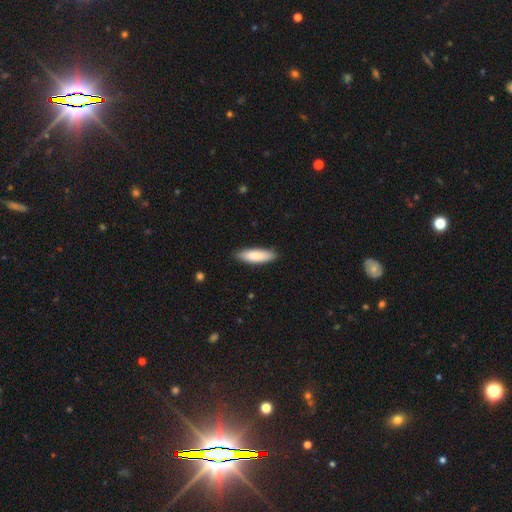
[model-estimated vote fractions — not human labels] Smooth or featured?
  - smooth: 84% *
  - featured or disk: 11%
  - star or artifact: 5%
How rounded?
  - cigar-shaped: 54% *
  - in between: 45%
  - round: 1%
Merging?
  - none: 87% *
  - minor disturbance: 10%
  - major disturbance: 2%
  - merger: 1%